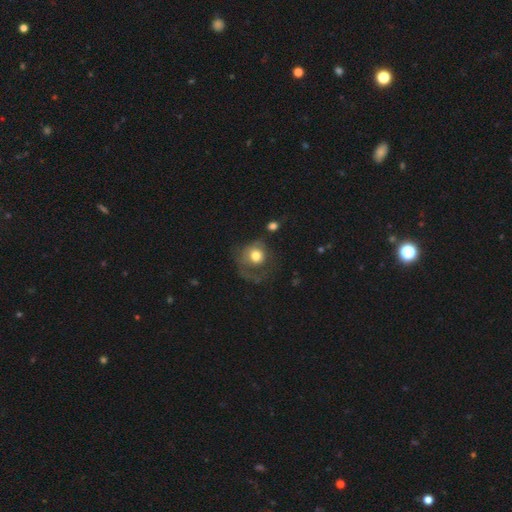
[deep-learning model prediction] smooth_or_featured: smooth (p=0.62) [alt: featured or disk p=0.29]
how_rounded: round (p=0.78) [alt: in between p=0.21]
merging: major disturbance (p=0.45) [alt: none p=0.31]